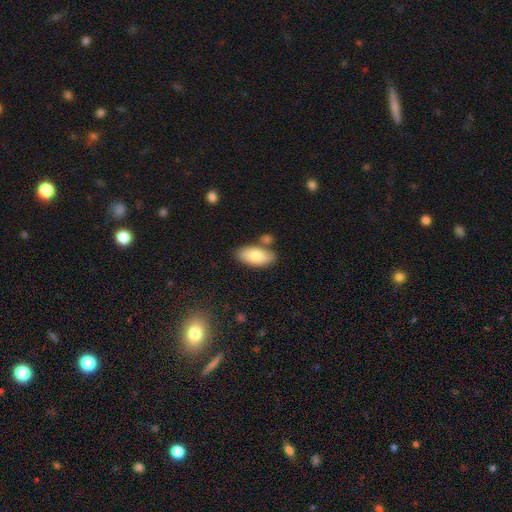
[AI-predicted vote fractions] Smooth or featured? Predicted: smooth (p=0.83). How rounded? Predicted: in between (p=0.92). Merging? Predicted: none (p=0.70).